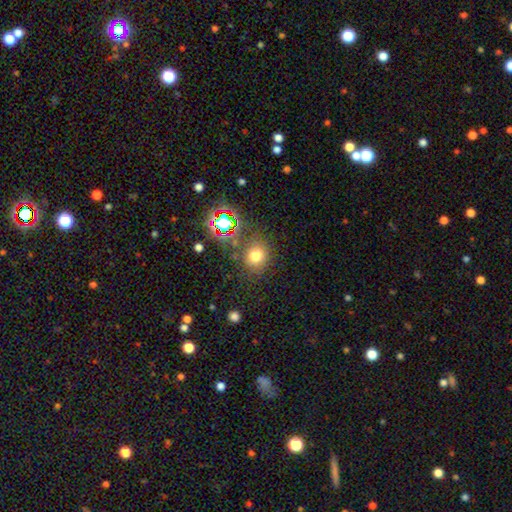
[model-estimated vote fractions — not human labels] This is likely a smooth galaxy (70%). How rounded: clearly round (82%). Merging: likely none (76%).